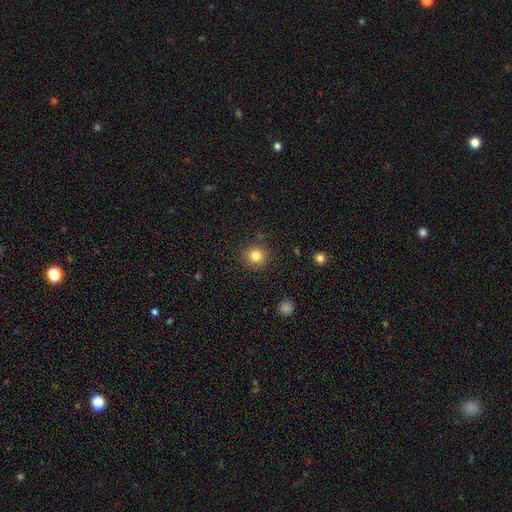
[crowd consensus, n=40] This appears to be a smooth galaxy with no disk features (78%) that is round (97%). Merging: none (75%).